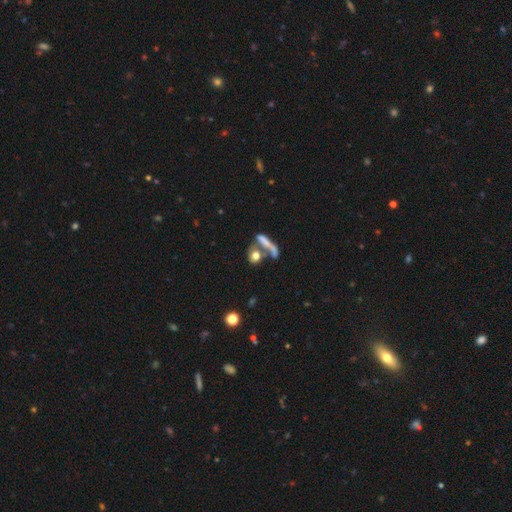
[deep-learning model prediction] Smooth or featured?
  - smooth: 68% *
  - featured or disk: 20%
  - star or artifact: 13%
How rounded?
  - round: 54% *
  - in between: 33%
  - cigar-shaped: 14%
Merging?
  - merger: 40% *
  - none: 38%
  - major disturbance: 12%
  - minor disturbance: 10%